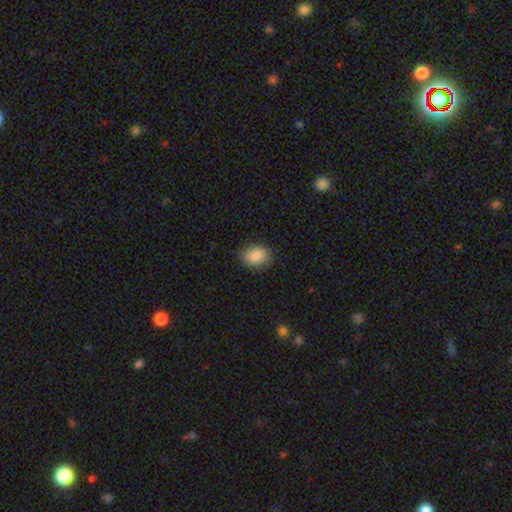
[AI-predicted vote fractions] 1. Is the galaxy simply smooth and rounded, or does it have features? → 87% smooth, 8% star or artifact, 5% featured or disk.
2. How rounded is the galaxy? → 55% in between, 44% round, 1% cigar-shaped.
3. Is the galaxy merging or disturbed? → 82% none, 14% minor disturbance, 3% major disturbance, 1% merger.